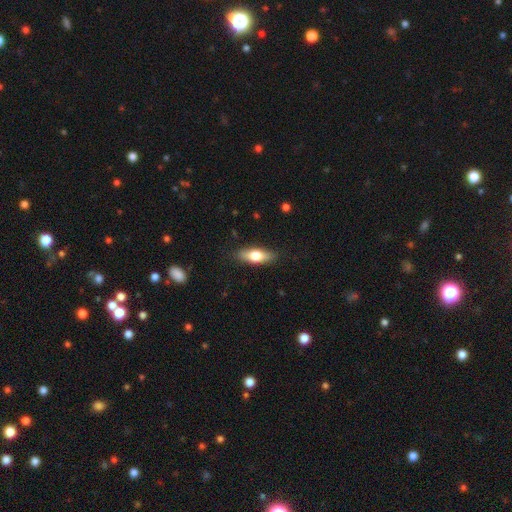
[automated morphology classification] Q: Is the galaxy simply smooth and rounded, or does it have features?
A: smooth — 63%.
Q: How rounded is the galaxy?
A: in between — 67%.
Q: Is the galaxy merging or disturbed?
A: none — 86%.